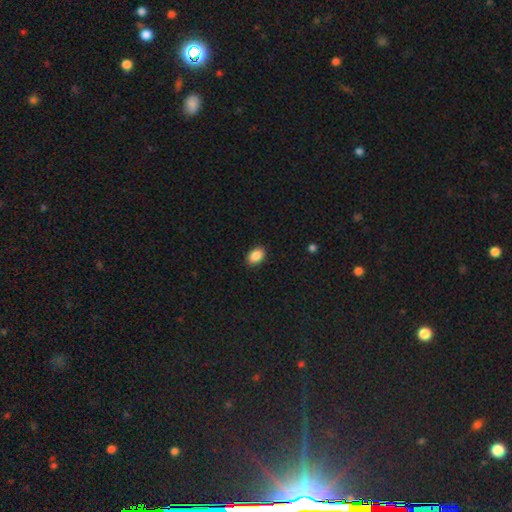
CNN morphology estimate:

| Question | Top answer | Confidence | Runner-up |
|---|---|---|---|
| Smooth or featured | smooth | 89% | star or artifact (8%) |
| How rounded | in between | 82% | round (16%) |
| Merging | none | 89% | minor disturbance (8%) |